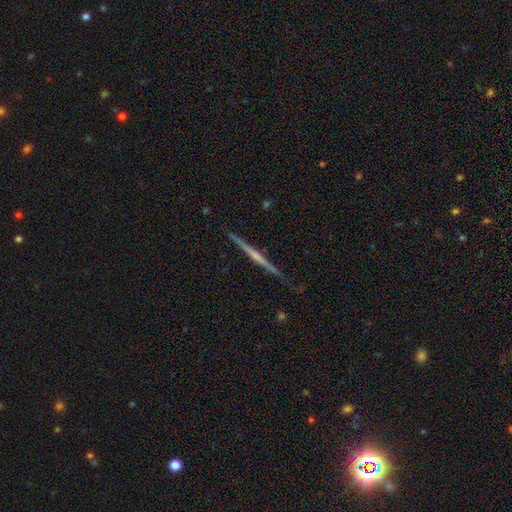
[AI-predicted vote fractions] Overall: featured or disk (74%). Edge-on disk: yes (98%). Edge-on bulge: none (55%; rounded 36%). Merging: none (89%).